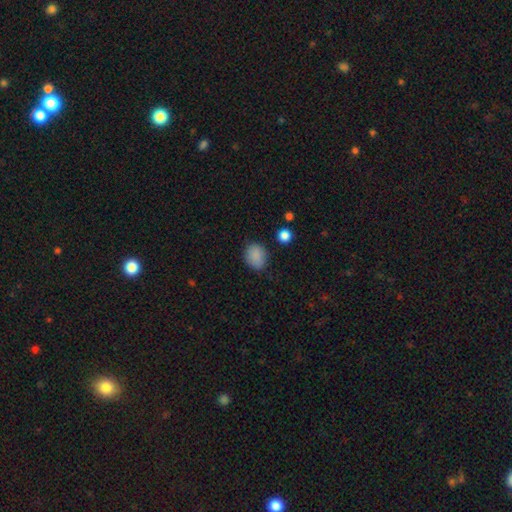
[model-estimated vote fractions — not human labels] A smooth galaxy with no disk features (86%) that is in between round and cigar-shaped (50%). Merging: none (80%).